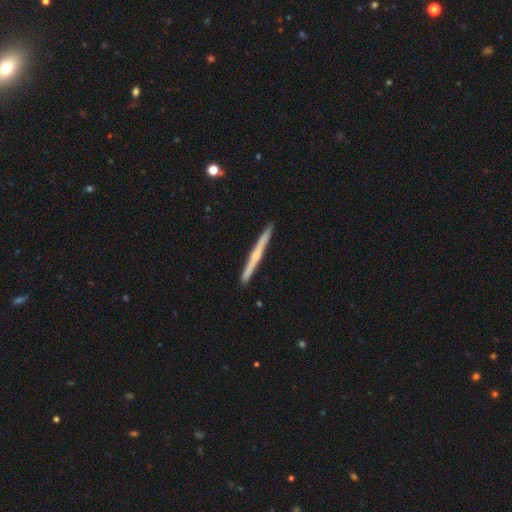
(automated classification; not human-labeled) Overall: featured or disk (59%; smooth 35%). Edge-on disk: yes (98%). Edge-on bulge: none (53%; rounded 41%). Merging: none (92%).